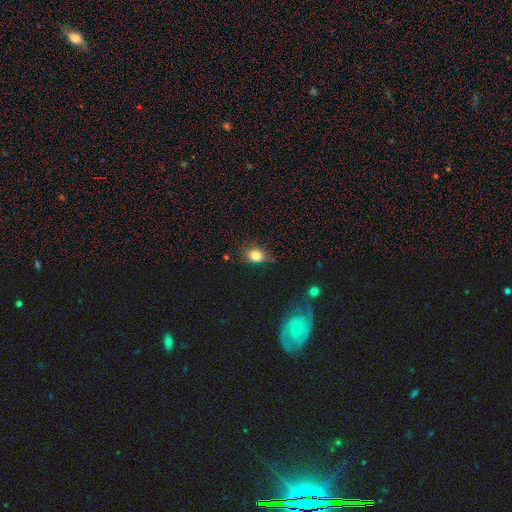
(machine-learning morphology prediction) This is likely a smooth galaxy (80%). How rounded: possibly in between (60%). Merging: possibly none (58%).